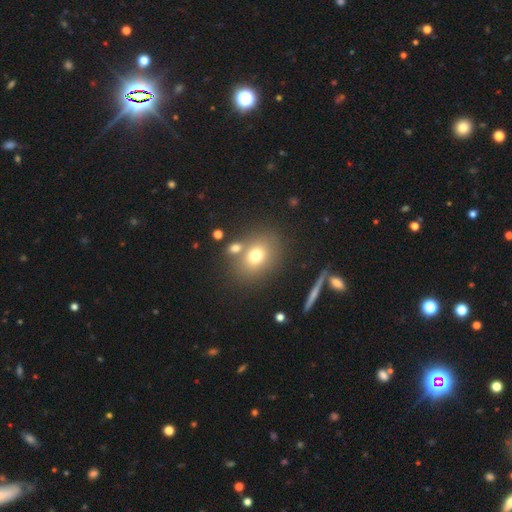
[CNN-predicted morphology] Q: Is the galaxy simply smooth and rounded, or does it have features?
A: smooth — 71%.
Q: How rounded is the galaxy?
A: in between — 53%.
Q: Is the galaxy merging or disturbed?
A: none — 69%.